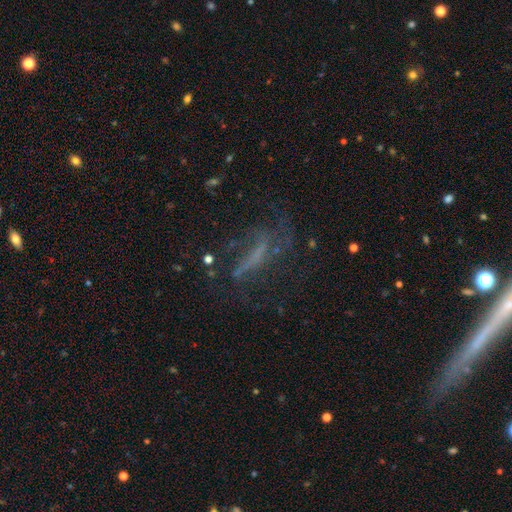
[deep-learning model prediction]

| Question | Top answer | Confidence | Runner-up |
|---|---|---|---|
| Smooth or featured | featured or disk | 56% | star or artifact (22%) |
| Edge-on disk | no | 78% | yes (22%) |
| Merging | none | 46% | major disturbance (32%) |